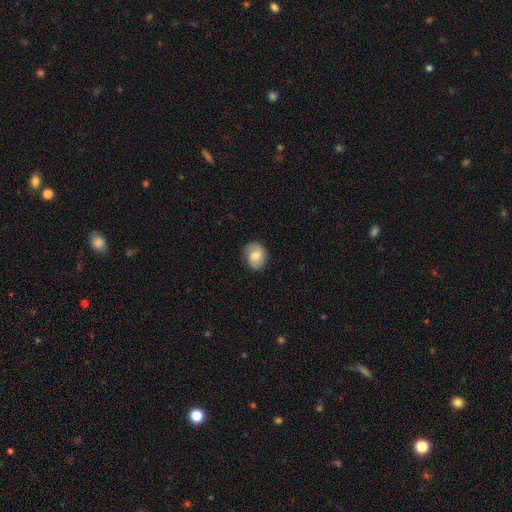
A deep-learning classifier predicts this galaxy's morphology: Smooth or featured?
  - smooth: 64% *
  - featured or disk: 28%
  - star or artifact: 8%
How rounded?
  - round: 53% *
  - in between: 46%
  - cigar-shaped: 1%
Merging?
  - none: 76% *
  - minor disturbance: 18%
  - major disturbance: 5%
  - merger: 1%